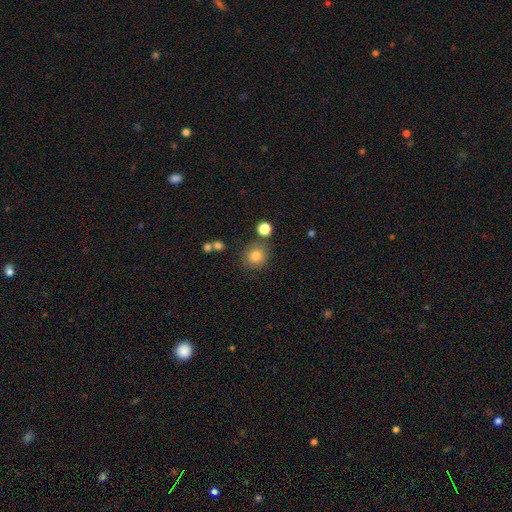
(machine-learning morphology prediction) type=smooth (81%); roundness=round (89%); merging=none (80%).